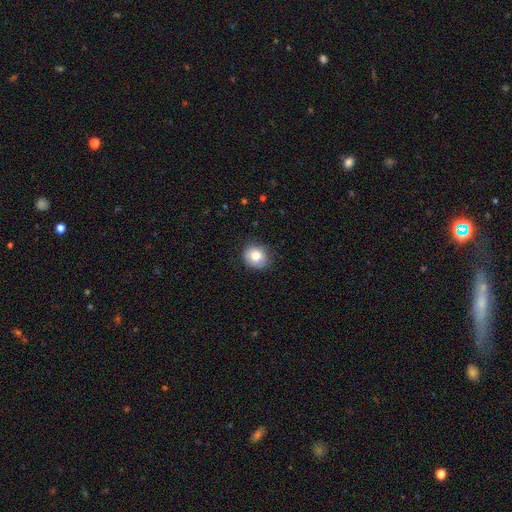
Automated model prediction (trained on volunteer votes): smooth-or-featured: smooth: 81% | featured or disk: 10% | star or artifact: 9%
  how-rounded: round: 79% | in between: 20% | cigar-shaped: 1%
  merging: none: 84% | minor disturbance: 13% | major disturbance: 3% | merger: 1%